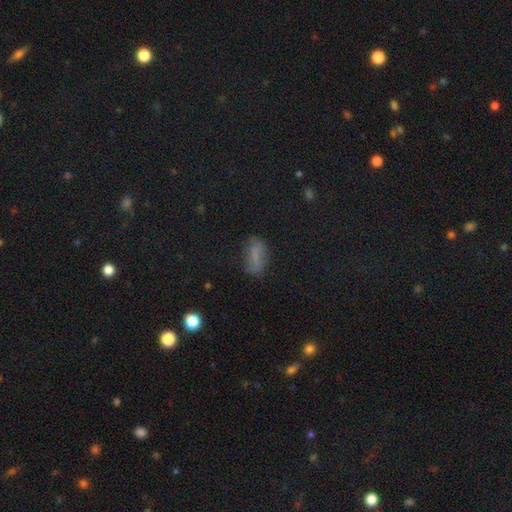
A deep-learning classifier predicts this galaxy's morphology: Smooth or featured?
  - smooth: 67% *
  - featured or disk: 18%
  - star or artifact: 15%
How rounded?
  - in between: 81% *
  - cigar-shaped: 13%
  - round: 6%
Merging?
  - none: 68% *
  - minor disturbance: 21%
  - major disturbance: 8%
  - merger: 3%